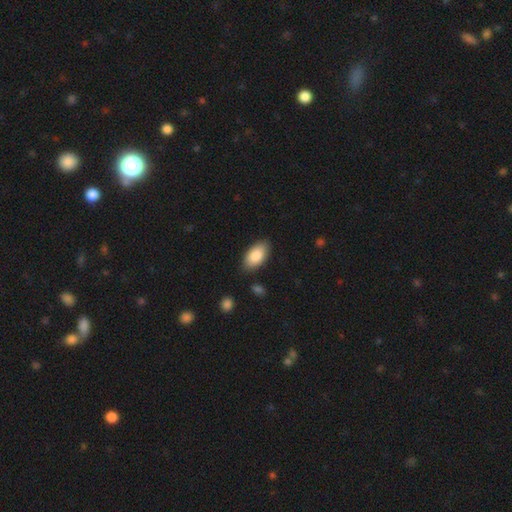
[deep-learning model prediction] Overall: smooth (86%). How rounded: in between (94%). Merging: none (84%).